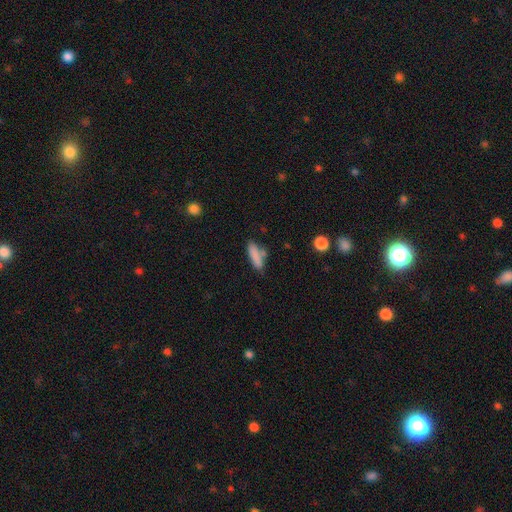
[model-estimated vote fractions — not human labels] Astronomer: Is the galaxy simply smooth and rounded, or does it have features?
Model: smooth — 83%.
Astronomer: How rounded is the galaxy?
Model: cigar-shaped — 61% (runner-up: in between, 37%).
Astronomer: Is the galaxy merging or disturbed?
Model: none — 65%.